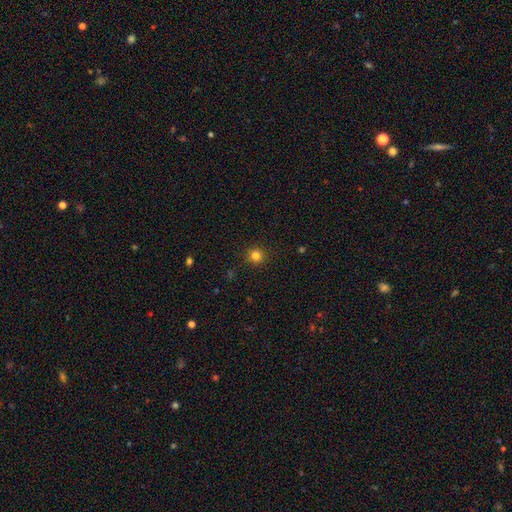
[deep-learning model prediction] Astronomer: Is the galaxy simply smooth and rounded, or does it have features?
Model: smooth — 82%.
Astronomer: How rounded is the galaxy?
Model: round — 93%.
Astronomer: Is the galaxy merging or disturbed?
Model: none — 91%.